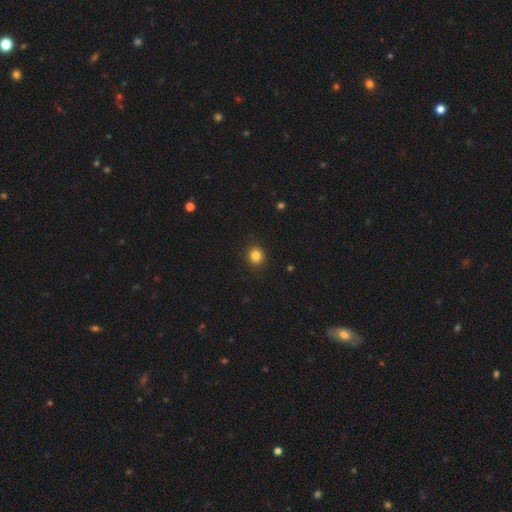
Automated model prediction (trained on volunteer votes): Morphology: type=smooth (83%); roundness=round (85%); merging=none (91%).